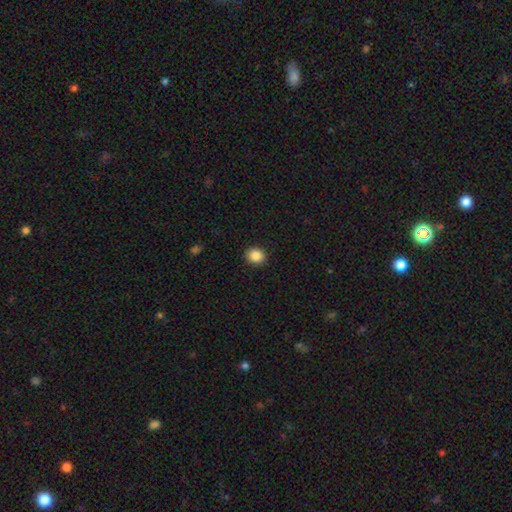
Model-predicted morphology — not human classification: smooth 87%, star or artifact 9%, featured or disk 4%. Down the decision tree: how rounded — round (70%); merging — none (91%).